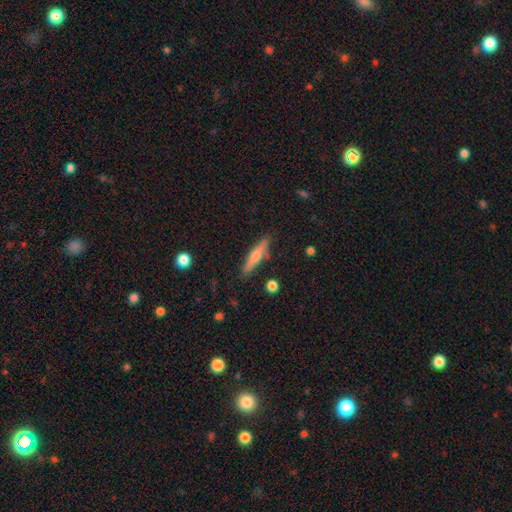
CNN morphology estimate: smooth_or_featured: smooth (p=0.51) [alt: featured or disk p=0.42]
how_rounded: cigar-shaped (p=0.87) [alt: in between p=0.11]
merging: none (p=0.85) [alt: minor disturbance p=0.10]